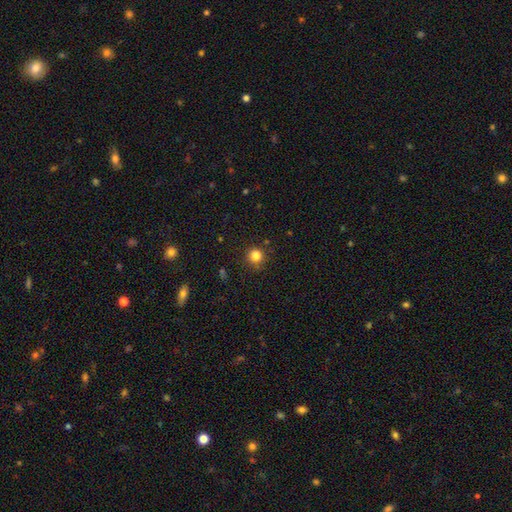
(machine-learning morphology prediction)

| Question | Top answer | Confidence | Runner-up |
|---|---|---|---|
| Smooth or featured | smooth | 84% | star or artifact (12%) |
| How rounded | round | 91% | in between (8%) |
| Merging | none | 85% | minor disturbance (11%) |